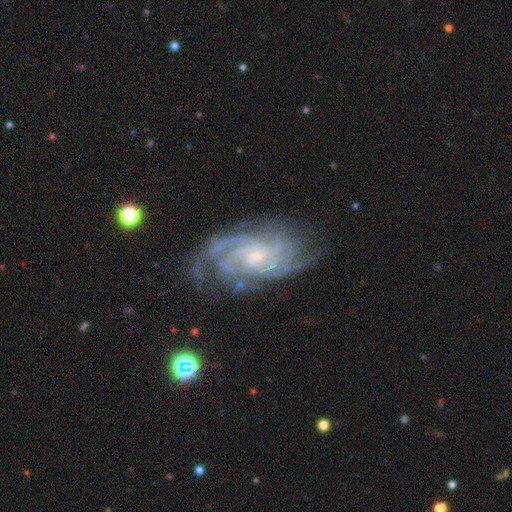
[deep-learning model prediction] smooth-or-featured: featured or disk: 90% | star or artifact: 6% | smooth: 5%
  disk-edge-on: no: 97% | yes: 3%
    bar: no: 63% | weak: 29% | strong: 7%
    has-spiral-arms: yes: 98% | no: 2%
      spiral-winding: tight: 66% | medium: 29% | loose: 5%
      spiral-arm-count: 4: 24% | can't tell: 23% | 3: 20% | 2: 16% | more than 4: 10% | 1: 8%
    bulge-size: small: 77% | moderate: 15% | none: 5% | large: 1% | dominant: 1%
  merging: none: 71% | minor disturbance: 19% | major disturbance: 8% | merger: 2%